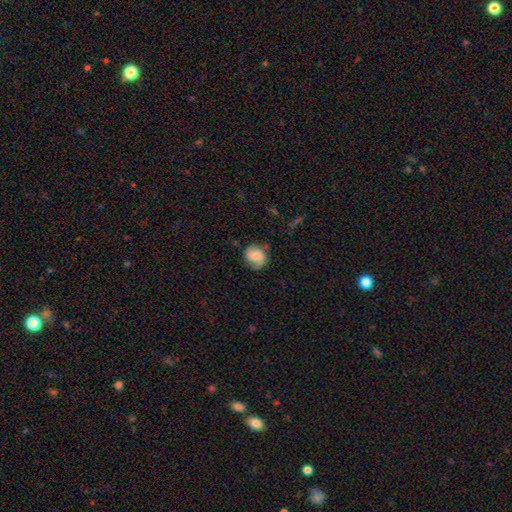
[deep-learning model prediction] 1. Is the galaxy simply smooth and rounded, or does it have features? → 66% smooth, 25% featured or disk, 9% star or artifact.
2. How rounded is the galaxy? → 75% round, 24% in between, 1% cigar-shaped.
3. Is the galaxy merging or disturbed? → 68% none, 23% minor disturbance, 8% major disturbance, 2% merger.